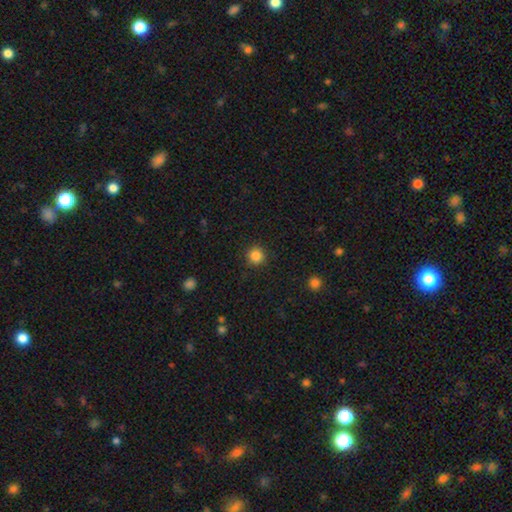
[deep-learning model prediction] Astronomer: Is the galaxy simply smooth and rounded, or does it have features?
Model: smooth — 85%.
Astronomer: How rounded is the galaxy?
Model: round — 94%.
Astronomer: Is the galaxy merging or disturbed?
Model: none — 91%.